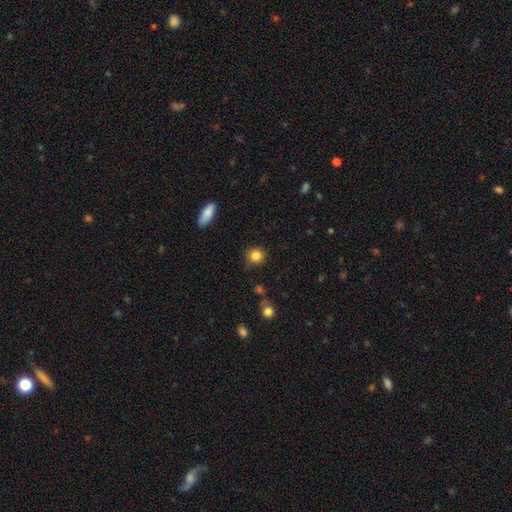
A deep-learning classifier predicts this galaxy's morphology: Smooth or featured? smooth (84%)
How rounded? round (88%)
Merging? none (83%)